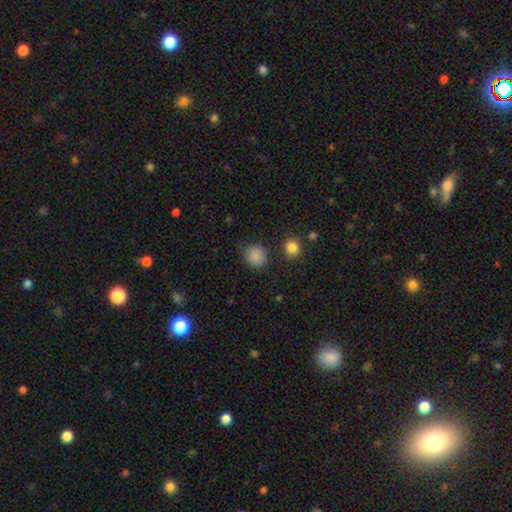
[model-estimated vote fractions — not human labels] Smooth or featured? smooth (86%)
How rounded? round (88%)
Merging? none (85%)